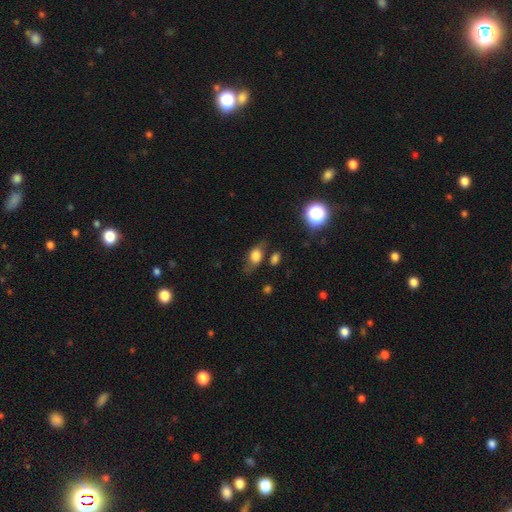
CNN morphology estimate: smooth_or_featured: smooth (p=0.69) [alt: featured or disk p=0.21]
how_rounded: in between (p=0.79) [alt: round p=0.16]
merging: none (p=0.61) [alt: minor disturbance p=0.23]